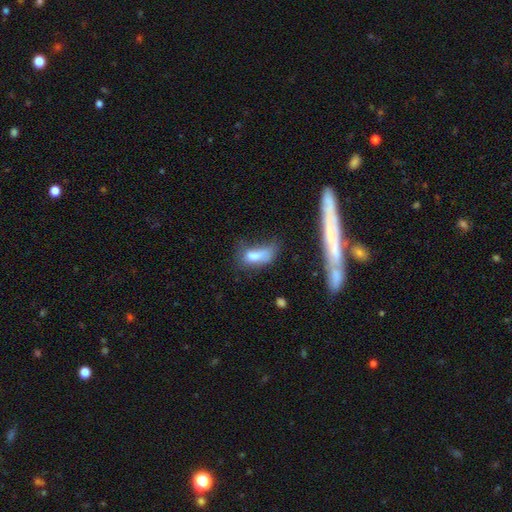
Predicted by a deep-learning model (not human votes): smooth-or-featured: smooth: 71% | featured or disk: 18% | star or artifact: 12%
  how-rounded: in between: 82% | cigar-shaped: 12% | round: 6%
  merging: major disturbance: 37% | minor disturbance: 28% | none: 24% | merger: 11%